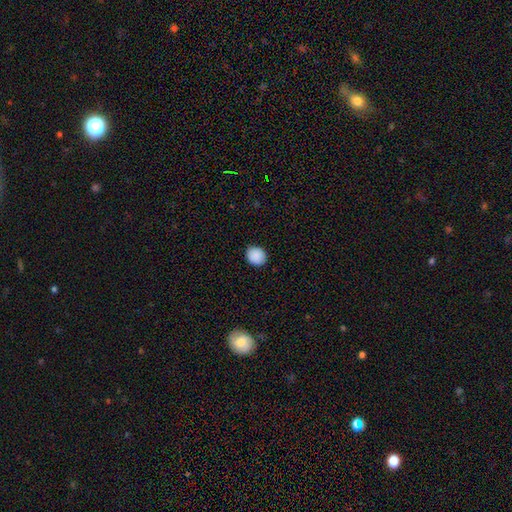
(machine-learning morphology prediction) This is clearly a smooth galaxy (89%). How rounded: likely round (77%). Merging: clearly none (90%).